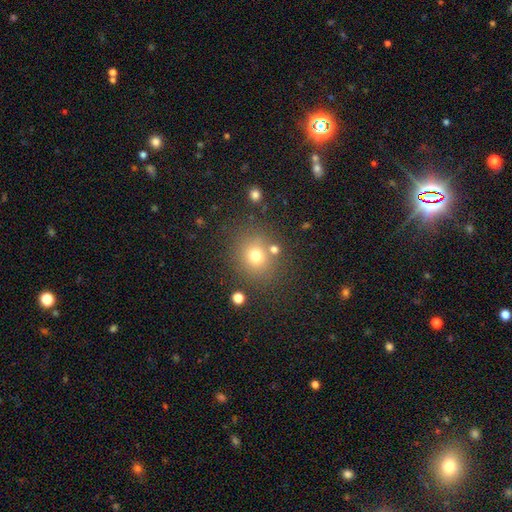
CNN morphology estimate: The model was most divided on "smooth or featured": smooth: 72%, star or artifact: 17%, featured or disk: 11%. More confident: how rounded — round (81%); merging — none (76%).